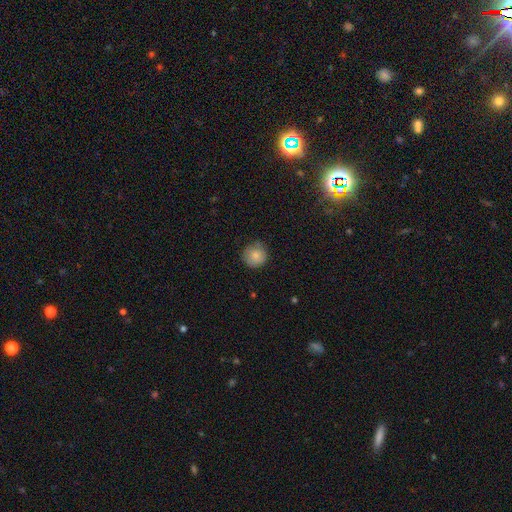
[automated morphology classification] type=smooth (80%); roundness=round (93%); merging=none (76%).